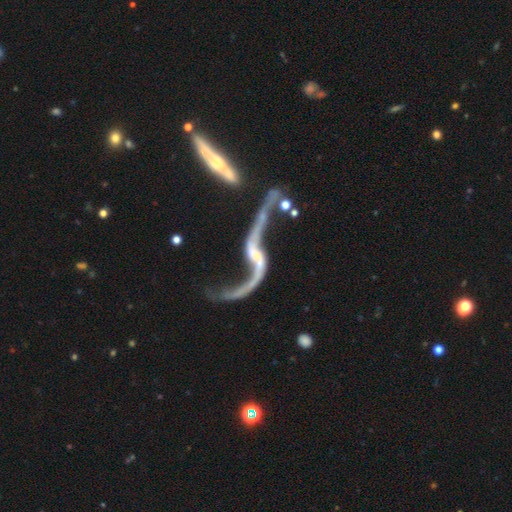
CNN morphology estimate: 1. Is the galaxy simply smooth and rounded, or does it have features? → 89% featured or disk, 6% star or artifact, 5% smooth.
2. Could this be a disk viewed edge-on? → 92% no, 8% yes.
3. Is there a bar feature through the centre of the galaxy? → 39% no, 37% weak, 24% strong.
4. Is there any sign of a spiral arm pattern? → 92% yes, 8% no.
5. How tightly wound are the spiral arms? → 96% loose, 3% medium, 1% tight.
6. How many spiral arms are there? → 92% 2, 4% 1, 1% can't tell, 1% 3, 1% 4, 1% more than 4.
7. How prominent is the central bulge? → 44% small, 32% none, 18% moderate, 4% large, 2% dominant.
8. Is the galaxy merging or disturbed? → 39% none, 25% merger, 21% major disturbance, 15% minor disturbance.